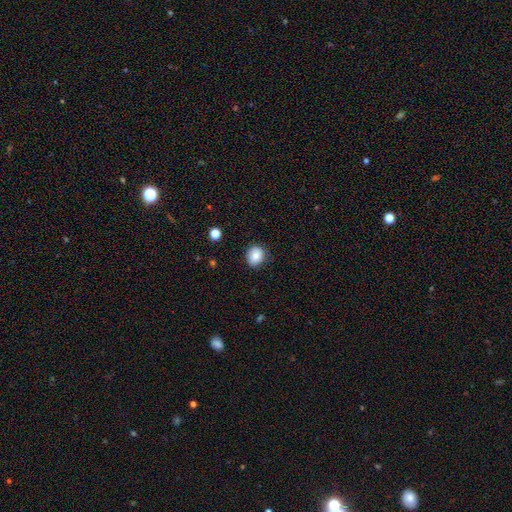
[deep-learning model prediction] Morphology: type=smooth (81%); roundness=round (79%); merging=none (84%).